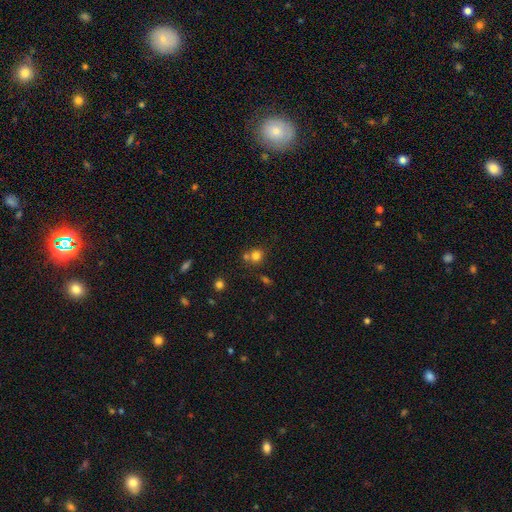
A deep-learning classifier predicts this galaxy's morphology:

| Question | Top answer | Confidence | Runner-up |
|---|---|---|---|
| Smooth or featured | smooth | 77% | star or artifact (15%) |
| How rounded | round | 83% | in between (16%) |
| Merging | none | 56% | merger (31%) |